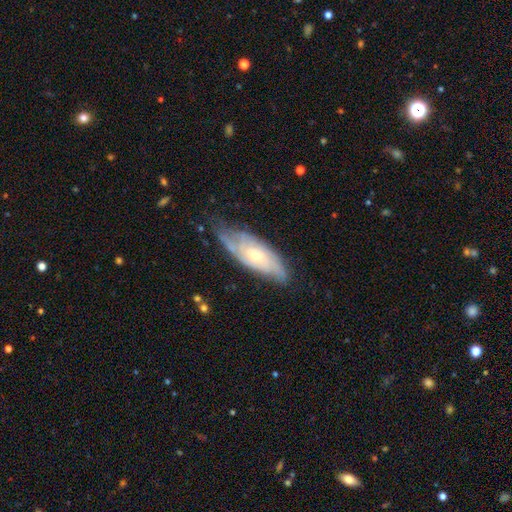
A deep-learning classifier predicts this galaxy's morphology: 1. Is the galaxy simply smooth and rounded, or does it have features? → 74% featured or disk, 20% smooth, 6% star or artifact.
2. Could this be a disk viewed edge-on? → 84% no, 16% yes.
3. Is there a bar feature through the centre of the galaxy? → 73% no, 23% weak, 4% strong.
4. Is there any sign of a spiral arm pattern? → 89% yes, 11% no.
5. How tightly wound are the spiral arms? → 56% tight, 33% medium, 11% loose.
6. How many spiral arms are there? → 44% can't tell, 30% 2, 13% 3, 5% 4, 4% 1, 3% more than 4.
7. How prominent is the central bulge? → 53% small, 43% moderate, 2% large, 1% none, 1% dominant.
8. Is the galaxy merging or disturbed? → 61% none, 29% minor disturbance, 9% major disturbance, 2% merger.